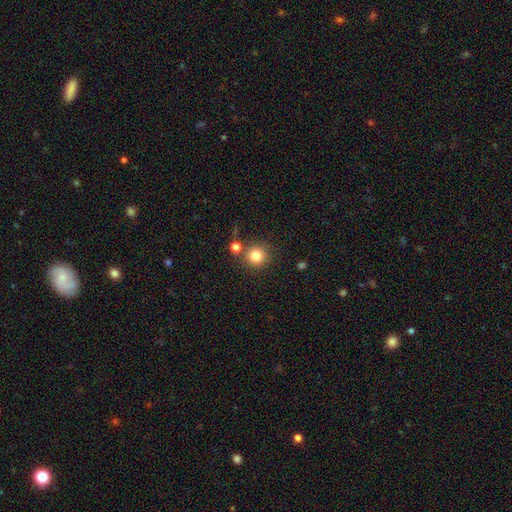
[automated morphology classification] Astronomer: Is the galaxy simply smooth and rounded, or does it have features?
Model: smooth — 81%.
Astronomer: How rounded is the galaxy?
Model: round — 93%.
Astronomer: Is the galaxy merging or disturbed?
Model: none — 76%.